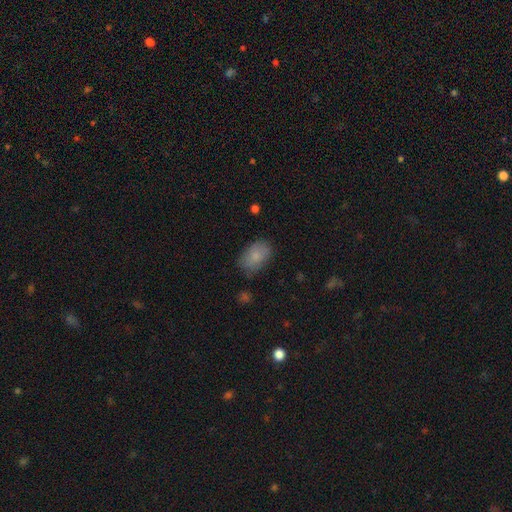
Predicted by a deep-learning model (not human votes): Smooth or featured? smooth (83%)
How rounded? in between (89%)
Merging? none (74%)